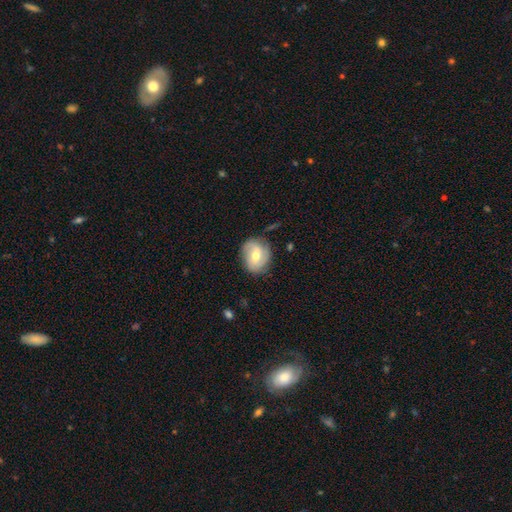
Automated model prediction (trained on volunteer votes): Smooth or featured: featured or disk — 61% (smooth — 32%)
Edge-on disk: no — 96% (yes — 4%)
Bar: no — 44% (weak — 42%)
Spiral arms: yes — 85% (no — 15%)
Spiral winding: medium — 40% (tight — 37%)
Spiral arm count: 2 — 46% (3 — 21%)
Bulge size: moderate — 67% (small — 28%)
Merging: none — 72% (minor disturbance — 20%)